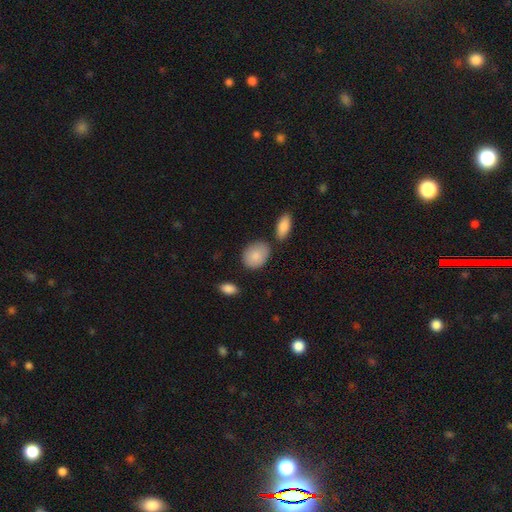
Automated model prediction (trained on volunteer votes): smooth-or-featured: smooth: 87% | featured or disk: 7% | star or artifact: 6%
  how-rounded: in between: 66% | round: 33% | cigar-shaped: 2%
  merging: none: 71% | minor disturbance: 18% | merger: 7% | major disturbance: 4%